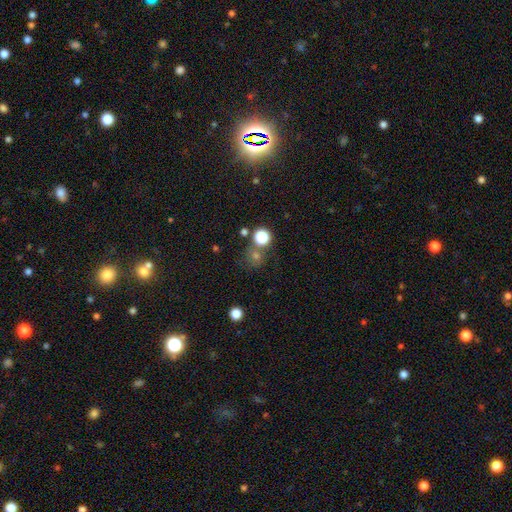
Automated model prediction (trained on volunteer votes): A smooth galaxy with no disk features (58%) that is round (87%). Merging: none (70%).